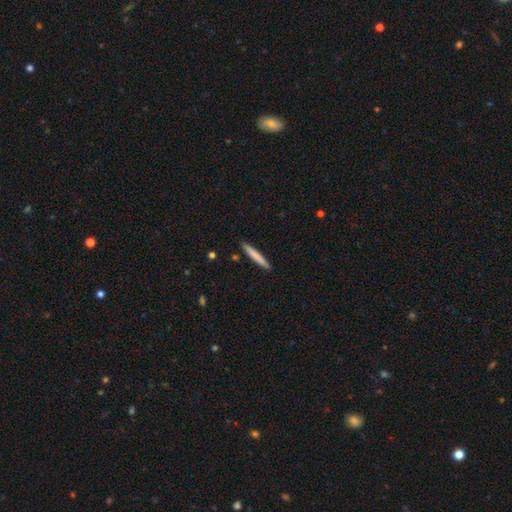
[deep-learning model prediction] Morphology: type=smooth (77%); roundness=cigar-shaped (96%); merging=none (91%).